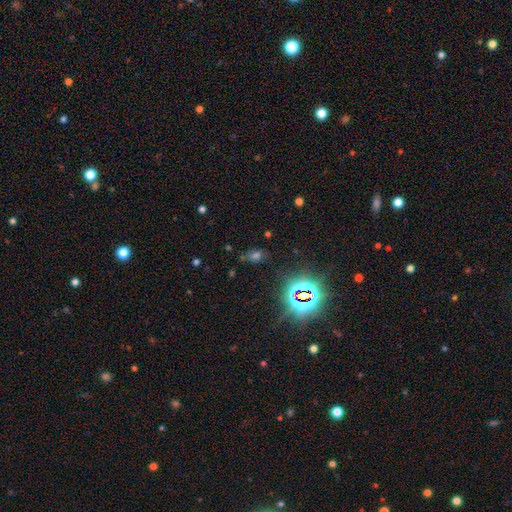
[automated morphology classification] Smooth or featured? Predicted: star or artifact (p=0.55).